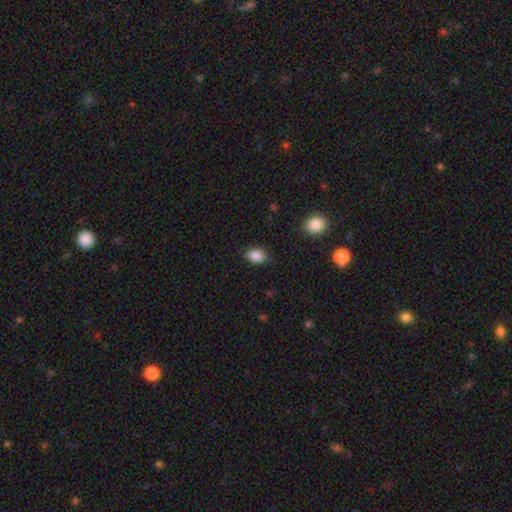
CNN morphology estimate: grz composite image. It shows a smooth galaxy with no disk features (87%) that is in between round and cigar-shaped (71%). Merging: none (84%).